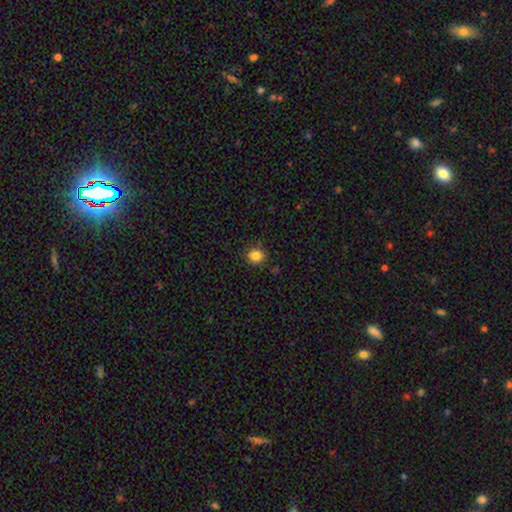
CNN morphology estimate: Smooth or featured?
  - smooth: 84% *
  - star or artifact: 11%
  - featured or disk: 5%
How rounded?
  - round: 84% *
  - in between: 16%
  - cigar-shaped: 1%
Merging?
  - none: 87% *
  - minor disturbance: 9%
  - major disturbance: 2%
  - merger: 2%